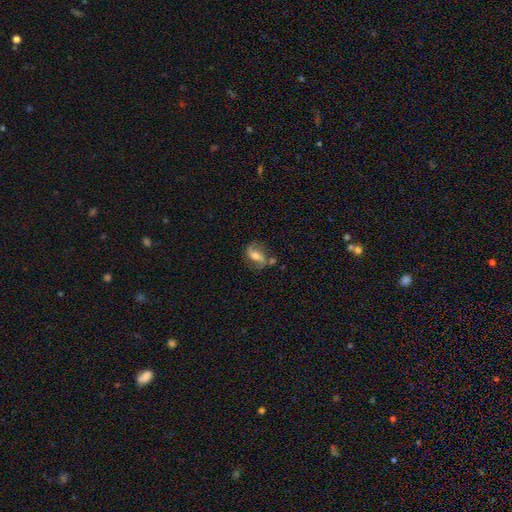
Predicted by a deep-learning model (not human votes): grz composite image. It shows a featured or disk galaxy (65%) with a weak bar (36%), 2 (87%) loose (56%) spiral arms (86%) and a moderate central bulge (66%). Merging: none (64%).